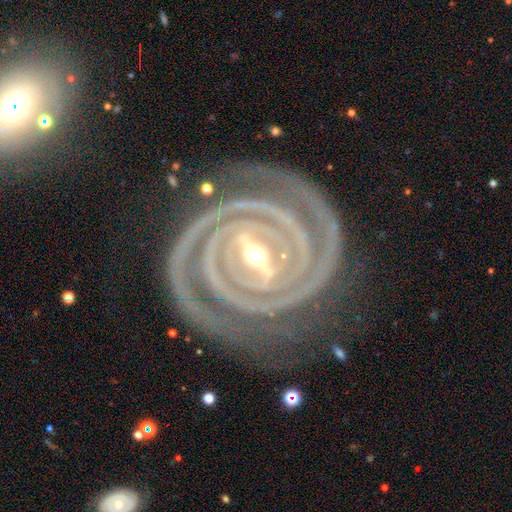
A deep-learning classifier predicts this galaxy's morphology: Smooth or featured?
  - featured or disk: 93% *
  - star or artifact: 4%
  - smooth: 3%
Edge-on disk?
  - no: 97% *
  - yes: 3%
Bar?
  - strong: 66% *
  - weak: 23%
  - no: 11%
Spiral arms?
  - yes: 98% *
  - no: 2%
Spiral winding?
  - tight: 86% *
  - medium: 12%
  - loose: 3%
Spiral arm count?
  - 2: 68% *
  - 3: 10%
  - can't tell: 7%
  - 4: 7%
  - more than 4: 4%
  - 1: 4%
Bulge size?
  - small: 49% *
  - moderate: 47%
  - large: 2%
  - dominant: 1%
  - none: 1%
Merging?
  - none: 77% *
  - minor disturbance: 14%
  - major disturbance: 7%
  - merger: 3%